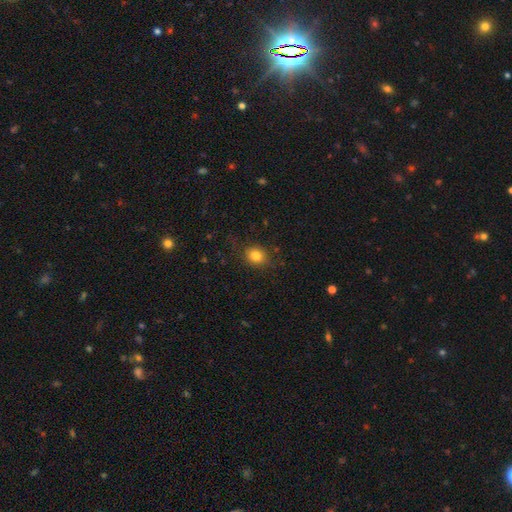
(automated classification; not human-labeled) A smooth galaxy with no disk features (82%) that is round (64%).

Vote fractions:
- Smooth or featured? smooth: 82% / star or artifact: 11% / featured or disk: 7%
- How rounded? round: 64% / in between: 34% / cigar-shaped: 1%
- Merging? none: 79% / minor disturbance: 14% / major disturbance: 5% / merger: 1%